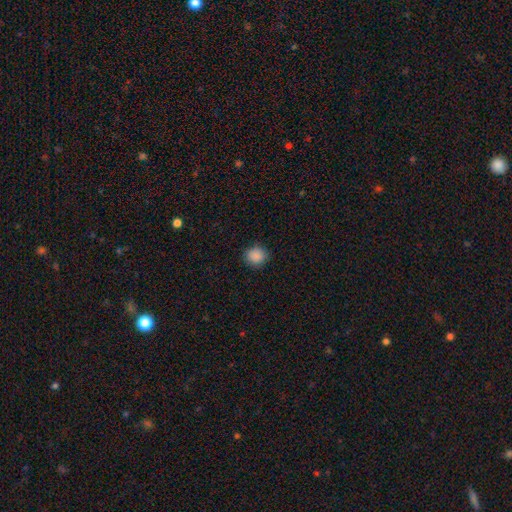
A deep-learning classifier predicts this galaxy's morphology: The model was most divided on "how rounded": round: 84%, in between: 15%, cigar-shaped: 1%. More confident: merging — none (89%); smooth or featured — smooth (88%).